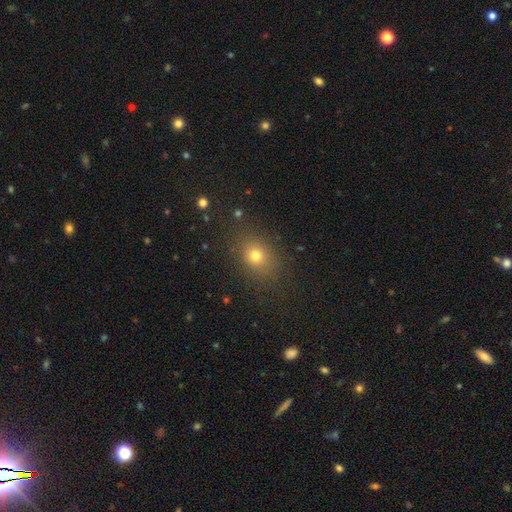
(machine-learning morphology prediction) Smooth or featured? smooth (74%)
How rounded? round (53%)
Merging? none (83%)